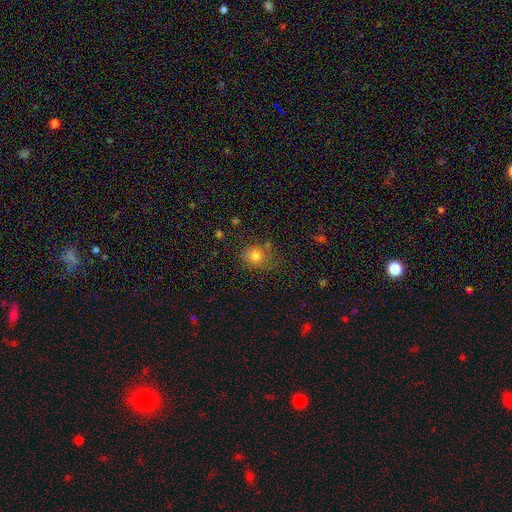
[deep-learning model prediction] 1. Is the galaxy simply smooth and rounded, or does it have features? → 77% smooth, 13% star or artifact, 10% featured or disk.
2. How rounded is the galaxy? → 67% round, 32% in between, 1% cigar-shaped.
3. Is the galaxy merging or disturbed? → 69% none, 20% minor disturbance, 7% major disturbance, 4% merger.